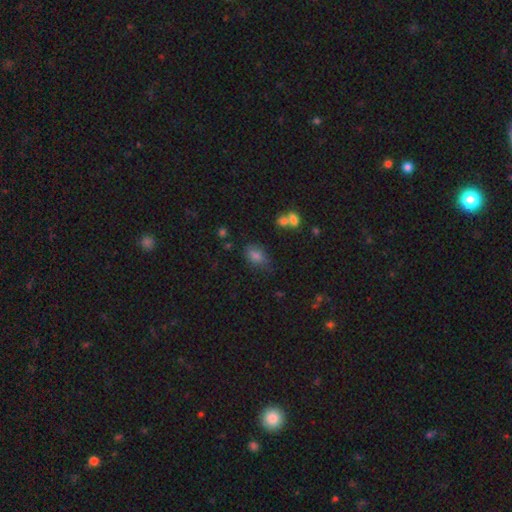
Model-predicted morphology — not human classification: smooth_or_featured: smooth (p=0.79) [alt: star or artifact p=0.12]
how_rounded: in between (p=0.86) [alt: round p=0.11]
merging: none (p=0.65) [alt: minor disturbance p=0.23]